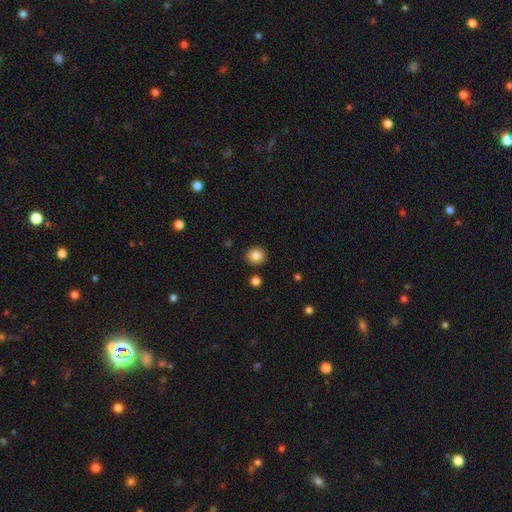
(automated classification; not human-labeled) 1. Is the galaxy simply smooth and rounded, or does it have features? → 85% smooth, 10% star or artifact, 5% featured or disk.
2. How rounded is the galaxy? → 89% round, 10% in between, 1% cigar-shaped.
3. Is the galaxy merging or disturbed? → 90% none, 6% minor disturbance, 2% merger, 2% major disturbance.